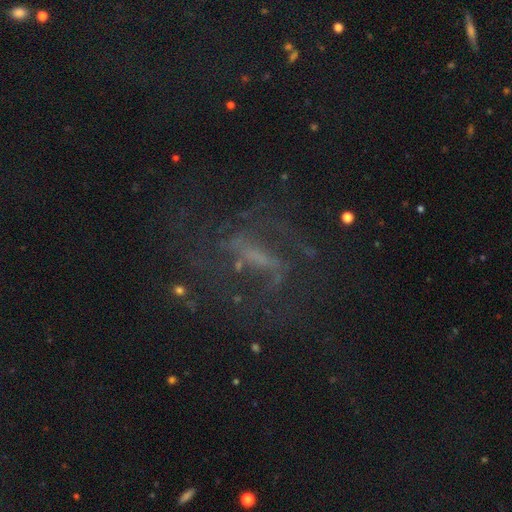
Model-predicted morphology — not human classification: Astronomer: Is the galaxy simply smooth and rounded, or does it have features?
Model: featured or disk — 69%.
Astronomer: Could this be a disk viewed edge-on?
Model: no — 92%.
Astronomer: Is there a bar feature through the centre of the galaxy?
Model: strong — 42% (runner-up: weak, 36%).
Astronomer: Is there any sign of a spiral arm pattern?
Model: yes — 74%.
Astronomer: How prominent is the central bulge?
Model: none — 44% (runner-up: small, 34%).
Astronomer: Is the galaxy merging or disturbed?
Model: none — 57%.